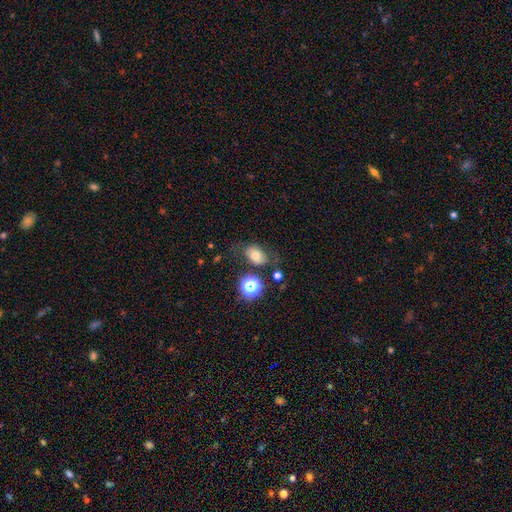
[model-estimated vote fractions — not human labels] Overall: smooth (65%). How rounded: in between (74%). Merging: none (64%).